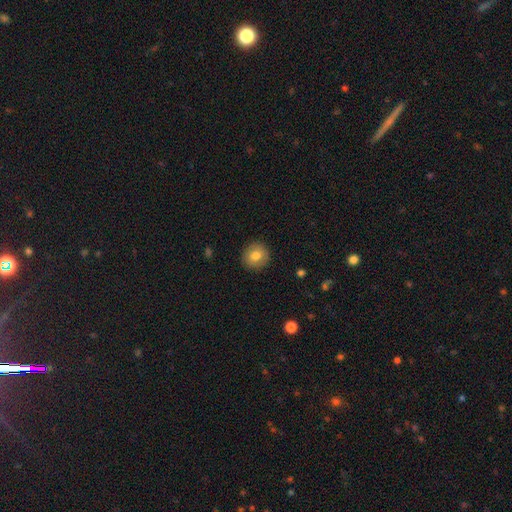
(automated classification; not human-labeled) This appears to be a smooth galaxy with no disk features (79%) that is round (90%). Merging: none (90%).